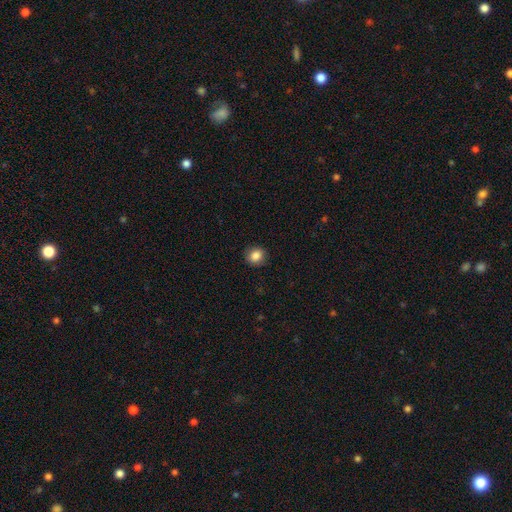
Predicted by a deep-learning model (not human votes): Smooth or featured? Predicted: smooth (p=0.85). How rounded? Predicted: round (p=0.78). Merging? Predicted: none (p=0.90).